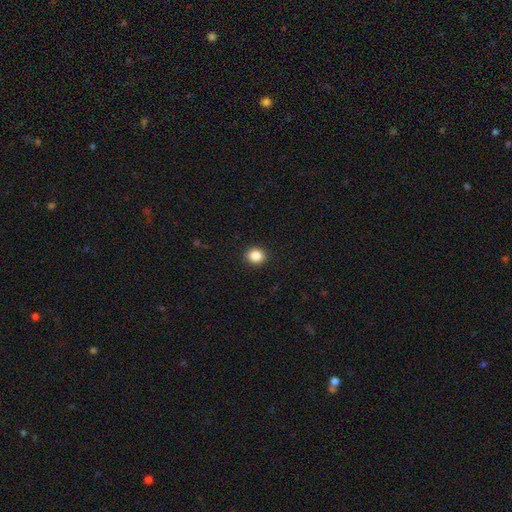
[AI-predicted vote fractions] smooth 86%, star or artifact 10%, featured or disk 4%. Down the decision tree: how rounded — round (79%); merging — none (92%).